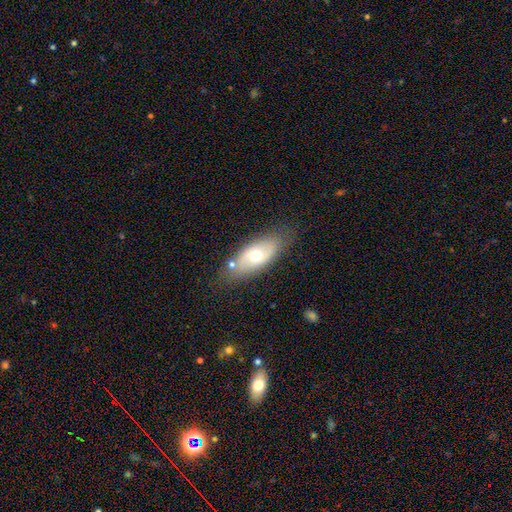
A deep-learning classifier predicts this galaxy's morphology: A smooth galaxy with no disk features (48%). Merging: none (74%).